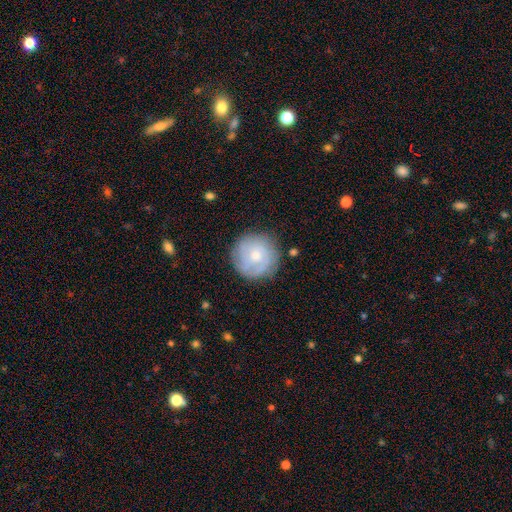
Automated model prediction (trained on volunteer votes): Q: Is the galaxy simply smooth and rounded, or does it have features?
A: featured or disk — 52%.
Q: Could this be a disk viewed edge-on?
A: no — 98%.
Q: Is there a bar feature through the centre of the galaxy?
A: no — 77%.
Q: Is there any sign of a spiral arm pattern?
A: yes — 76%.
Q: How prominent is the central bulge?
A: moderate — 48%.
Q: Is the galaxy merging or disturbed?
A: none — 80%.